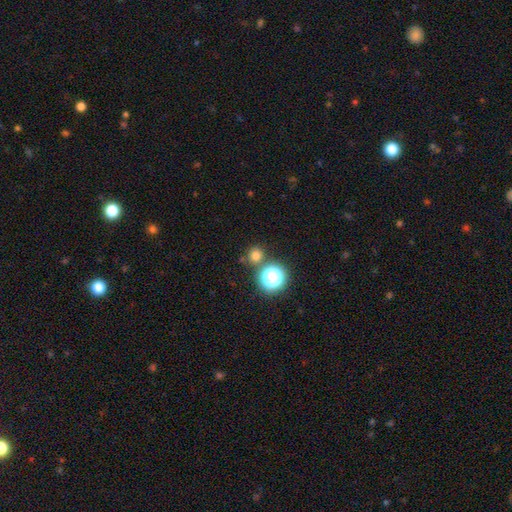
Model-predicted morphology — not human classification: type=smooth (72%); roundness=round (90%); merging=none (77%).